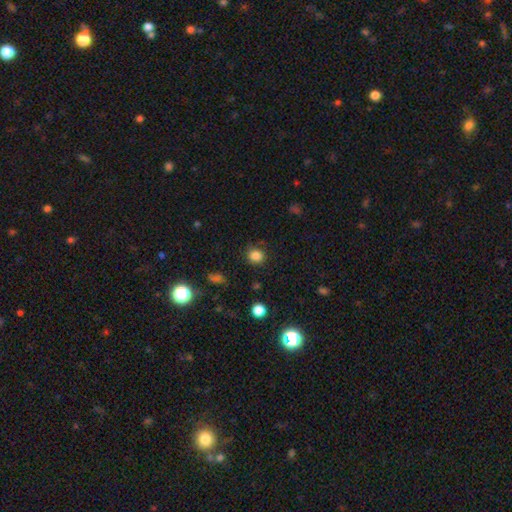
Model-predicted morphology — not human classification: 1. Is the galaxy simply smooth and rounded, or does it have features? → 83% smooth, 13% star or artifact, 4% featured or disk.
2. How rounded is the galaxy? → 86% round, 13% in between, 1% cigar-shaped.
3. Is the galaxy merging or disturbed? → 84% none, 11% minor disturbance, 3% major disturbance, 2% merger.